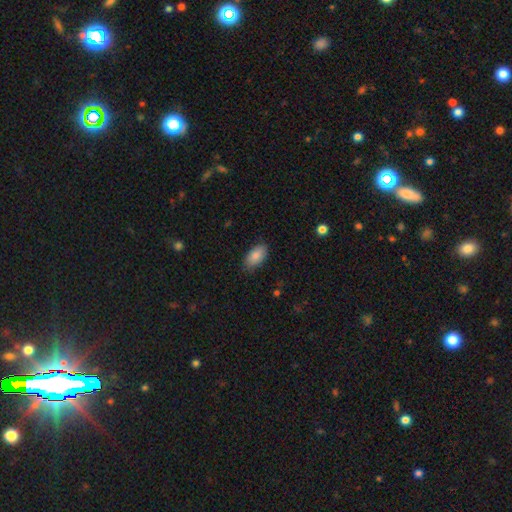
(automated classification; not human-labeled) A smooth galaxy with no disk features (86%) that is in between round and cigar-shaped (94%). Merging: none (82%).